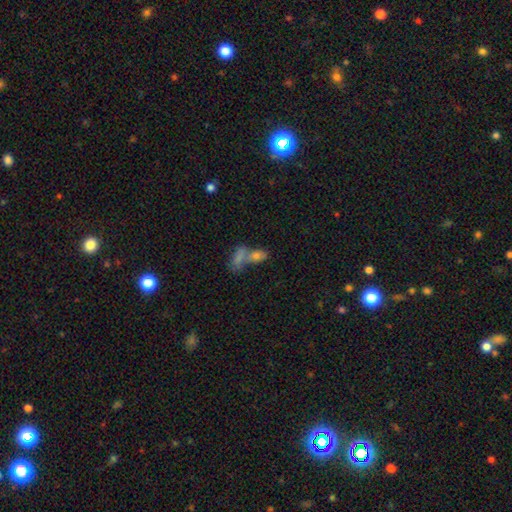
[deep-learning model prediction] Q: Smooth or featured?
A: smooth (49%); runner-up: star or artifact (28%)
Q: Merging?
A: merger (48%); runner-up: none (35%)